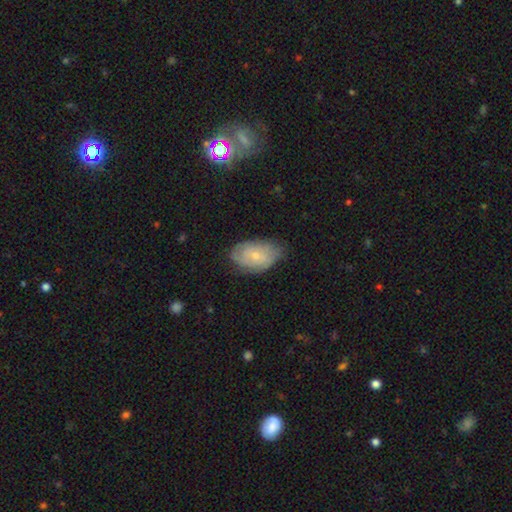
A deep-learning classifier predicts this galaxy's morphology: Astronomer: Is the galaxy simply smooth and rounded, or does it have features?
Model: smooth — 48% (runner-up: featured or disk, 45%).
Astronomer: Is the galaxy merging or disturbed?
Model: none — 65%.